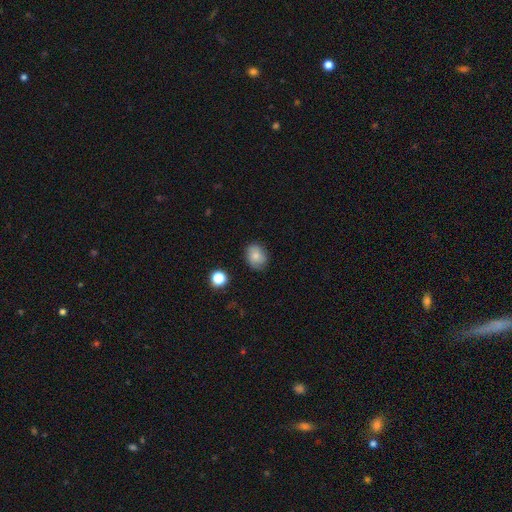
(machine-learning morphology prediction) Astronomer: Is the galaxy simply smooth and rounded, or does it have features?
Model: smooth — 73%.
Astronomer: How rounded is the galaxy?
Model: round — 51% (runner-up: in between, 48%).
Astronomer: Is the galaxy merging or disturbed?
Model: none — 80%.